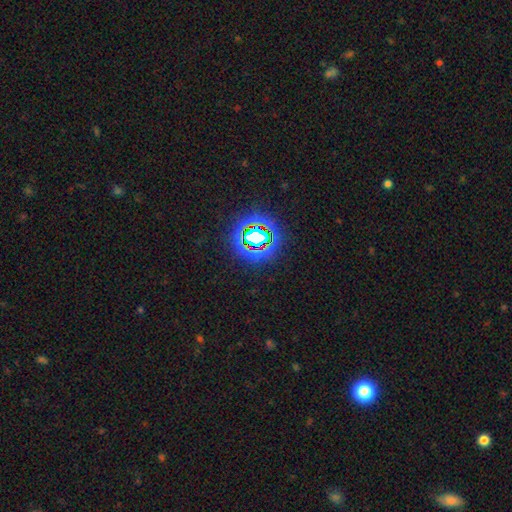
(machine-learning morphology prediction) Overall: star or artifact (76%).